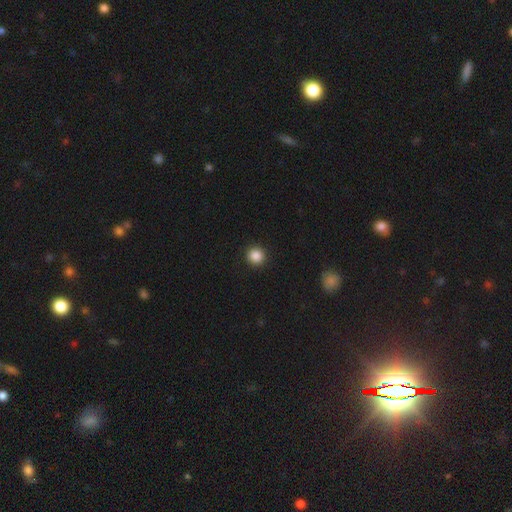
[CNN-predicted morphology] smooth_or_featured: smooth (p=0.87) [alt: star or artifact p=0.10]
how_rounded: round (p=0.93) [alt: in between p=0.06]
merging: none (p=0.92) [alt: minor disturbance p=0.05]